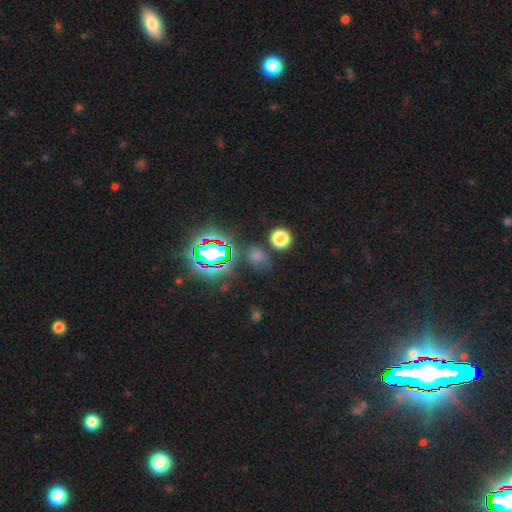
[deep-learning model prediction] A smooth galaxy with no disk features (47%). Merging: none (77%).